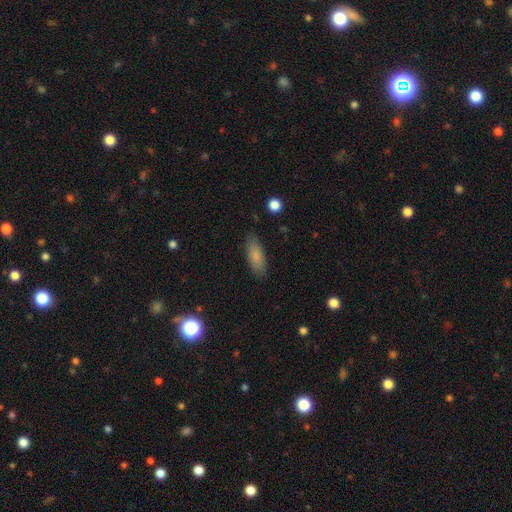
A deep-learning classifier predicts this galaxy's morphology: Smooth or featured: smooth — 82% (featured or disk — 11%)
How rounded: in between — 71% (cigar-shaped — 27%)
Merging: none — 85% (minor disturbance — 12%)